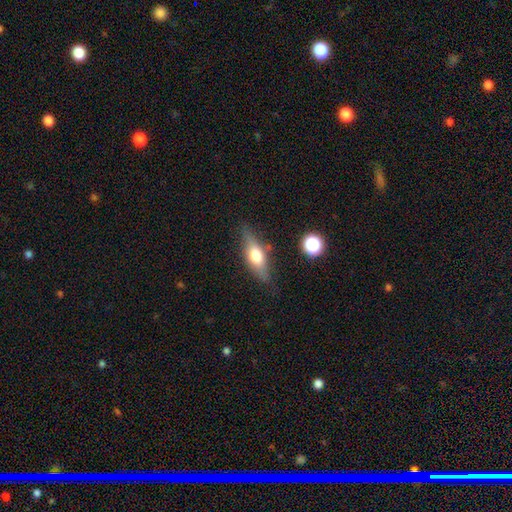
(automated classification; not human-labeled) A smooth galaxy with no disk features (49%). Merging: none (76%).